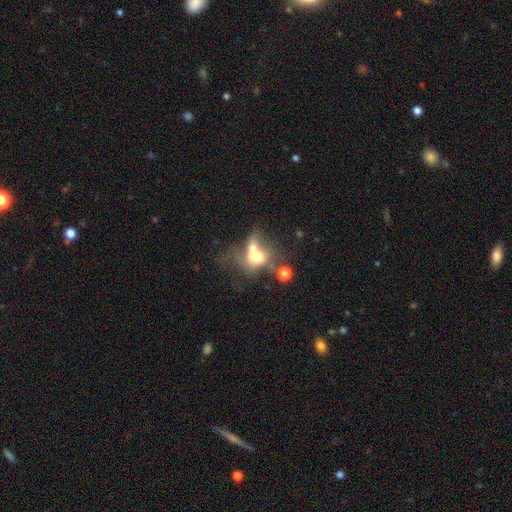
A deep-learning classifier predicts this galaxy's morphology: Smooth or featured? Predicted: smooth (p=0.58). How rounded? Predicted: in between (p=0.53). Merging? Predicted: merger (p=0.62).